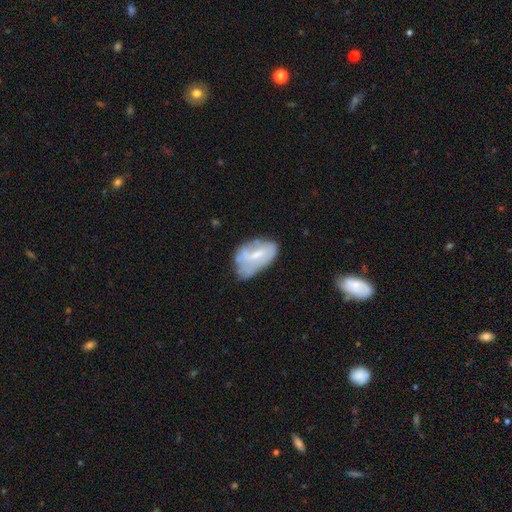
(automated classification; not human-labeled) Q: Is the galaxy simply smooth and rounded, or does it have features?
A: featured or disk — 48%.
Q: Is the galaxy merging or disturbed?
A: minor disturbance — 38%.